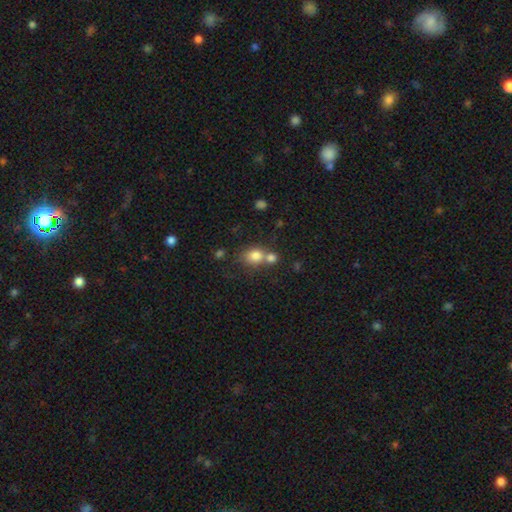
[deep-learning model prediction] Smooth or featured?
  - smooth: 79% *
  - star or artifact: 11%
  - featured or disk: 10%
How rounded?
  - round: 65% *
  - in between: 34%
  - cigar-shaped: 1%
Merging?
  - merger: 45% *
  - none: 42%
  - minor disturbance: 10%
  - major disturbance: 4%